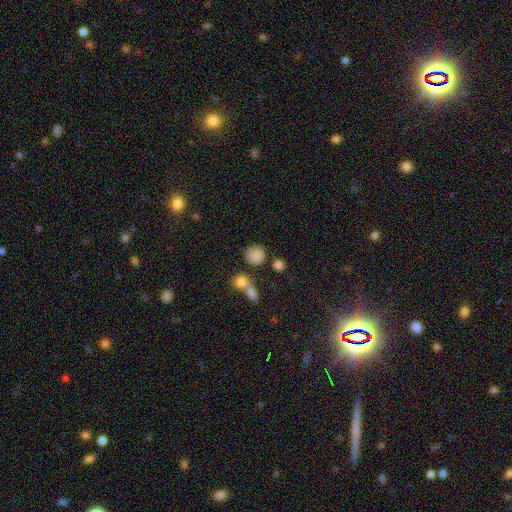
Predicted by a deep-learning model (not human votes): Smooth or featured? Predicted: smooth (p=0.83). How rounded? Predicted: round (p=0.85). Merging? Predicted: none (p=0.66).